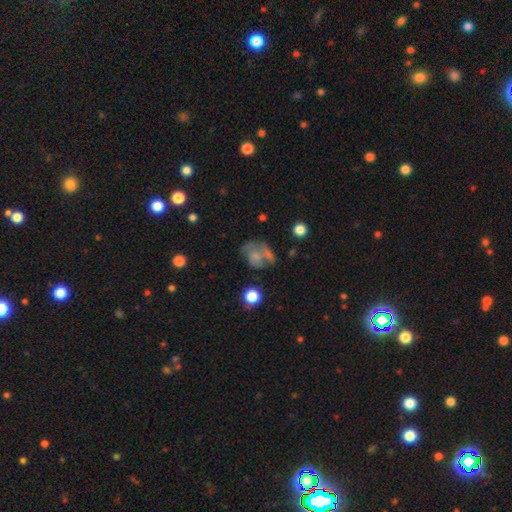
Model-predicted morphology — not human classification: A smooth galaxy with no disk features (54%) that is in between round and cigar-shaped (51%). Merging: none (34%).